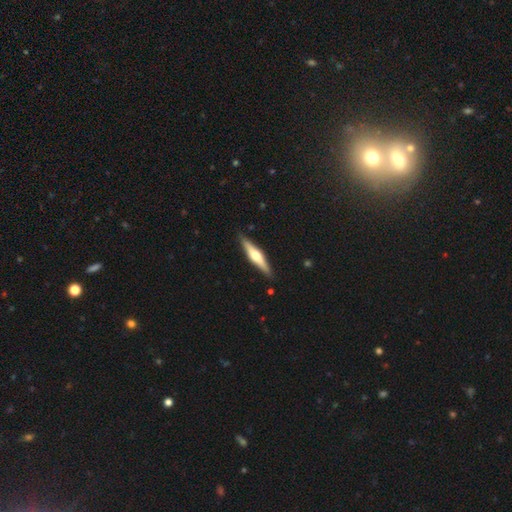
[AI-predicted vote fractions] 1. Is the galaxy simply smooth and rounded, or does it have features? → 62% featured or disk, 33% smooth, 5% star or artifact.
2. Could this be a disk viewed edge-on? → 96% yes, 4% no.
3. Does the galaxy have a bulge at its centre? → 91% rounded, 6% boxy, 3% none.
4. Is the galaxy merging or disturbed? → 89% none, 8% minor disturbance, 2% major disturbance, 1% merger.